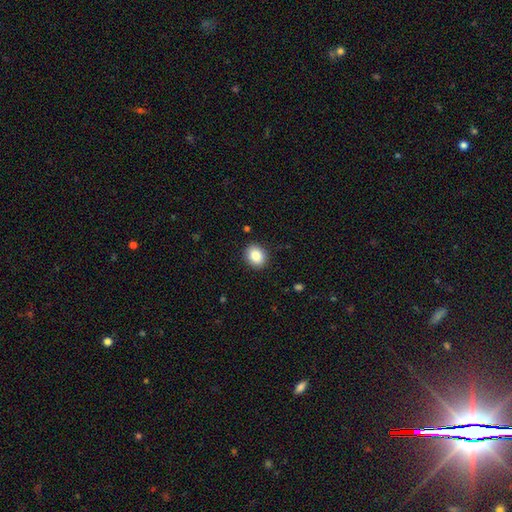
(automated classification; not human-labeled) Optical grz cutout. It shows a smooth galaxy with no disk features (87%) that is round (55%). Merging: none (89%).